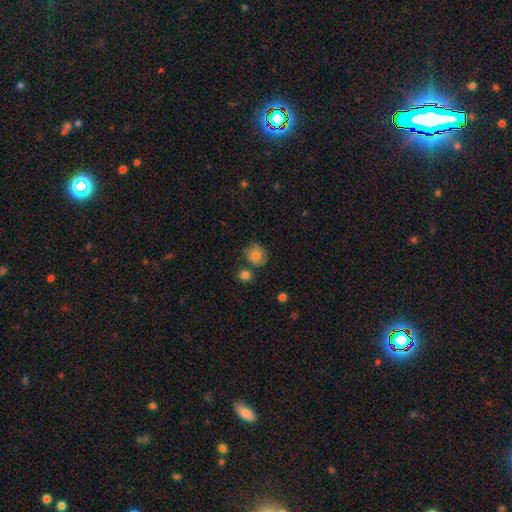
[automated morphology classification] Smooth or featured: smooth — 76% (featured or disk — 15%)
How rounded: round — 82% (in between — 18%)
Merging: none — 69% (minor disturbance — 16%)